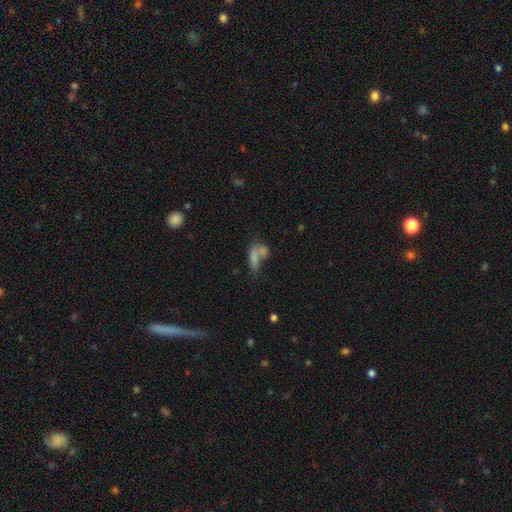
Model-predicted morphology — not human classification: Smooth or featured?
  - smooth: 73% *
  - featured or disk: 16%
  - star or artifact: 11%
How rounded?
  - in between: 70% *
  - cigar-shaped: 22%
  - round: 8%
Merging?
  - merger: 52% *
  - none: 27%
  - minor disturbance: 11%
  - major disturbance: 10%